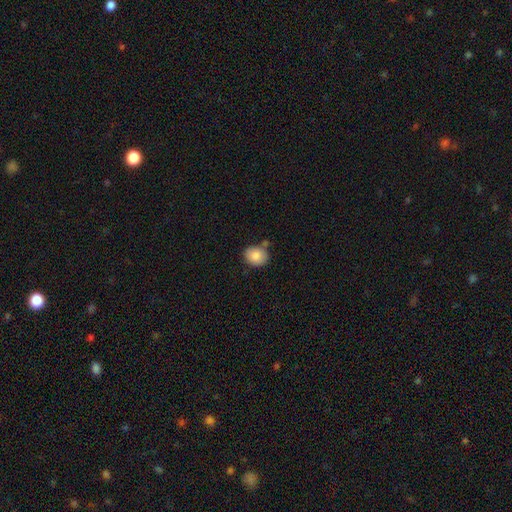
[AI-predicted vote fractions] smooth-or-featured: smooth: 85% | star or artifact: 8% | featured or disk: 7%
  how-rounded: round: 60% | in between: 39% | cigar-shaped: 1%
  merging: none: 71% | minor disturbance: 16% | merger: 10% | major disturbance: 3%